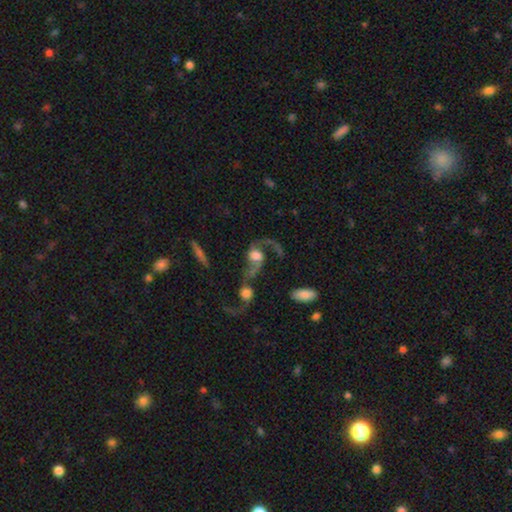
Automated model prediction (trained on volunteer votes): The model was most divided on "bulge size": large: 43%, moderate: 34%, small: 9%, none: 8%, dominant: 6%. Remaining: edge-on disk — no (95%); spiral arms — yes (88%); spiral arm count — 2 (83%); spiral winding — loose (80%); smooth or featured — featured or disk (76%); bar — no (59%); merging — merger (41%).